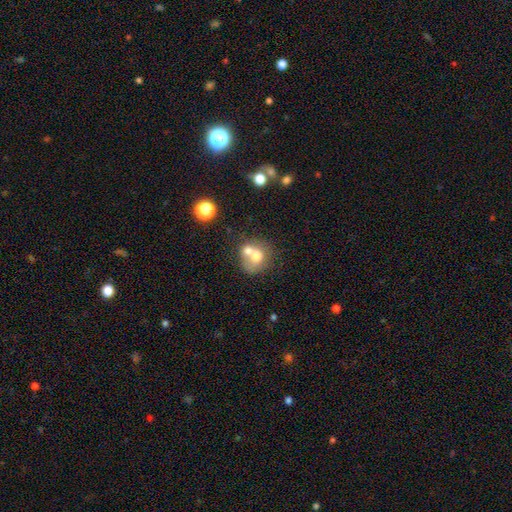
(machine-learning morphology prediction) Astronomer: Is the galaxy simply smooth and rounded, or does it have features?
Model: smooth — 62%.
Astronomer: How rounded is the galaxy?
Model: round — 68%.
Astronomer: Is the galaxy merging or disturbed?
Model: merger — 58%.